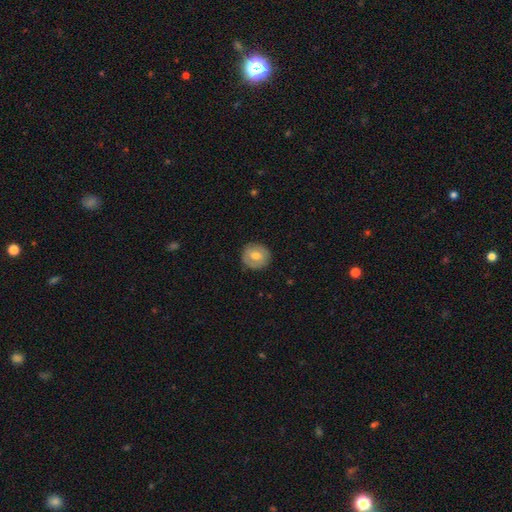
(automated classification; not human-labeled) smooth 62%, featured or disk 31%, star or artifact 7%. Down the decision tree: how rounded — round (86%); merging — none (87%).